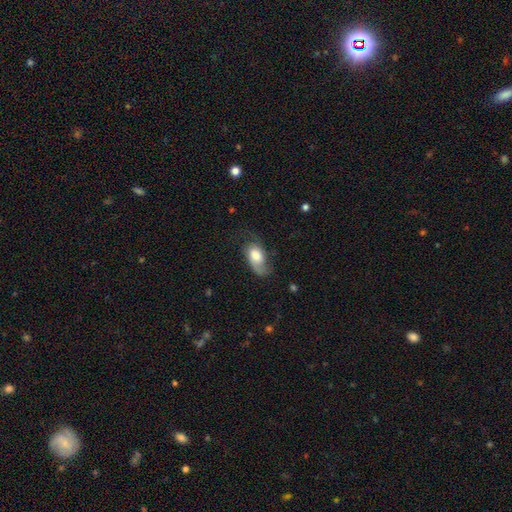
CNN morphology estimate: type=smooth (53%); roundness=in between (90%); merging=none (44%).